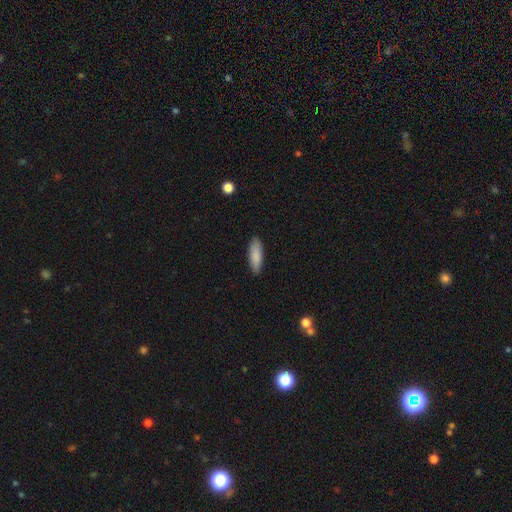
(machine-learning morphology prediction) A smooth galaxy with no disk features (87%) that is in between round and cigar-shaped (57%). Merging: none (87%).